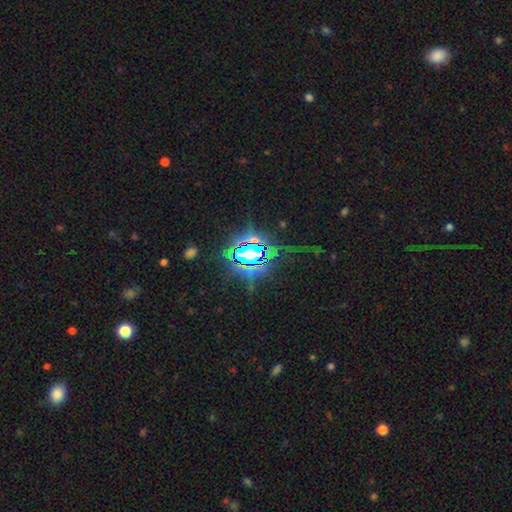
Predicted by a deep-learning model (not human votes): Smooth or featured? Predicted: star or artifact (p=0.76).